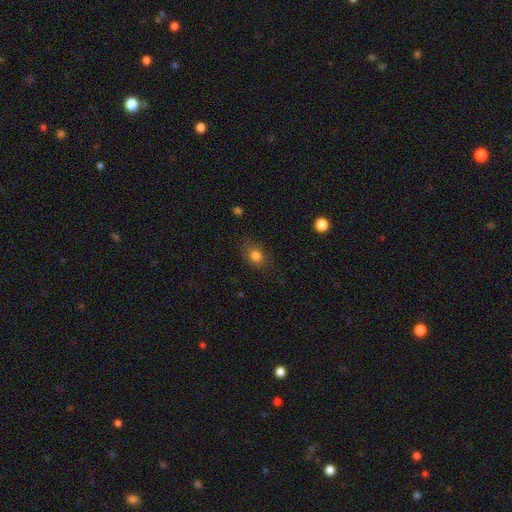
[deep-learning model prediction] Morphology: type=smooth (80%); roundness=in between (61%); merging=none (79%).